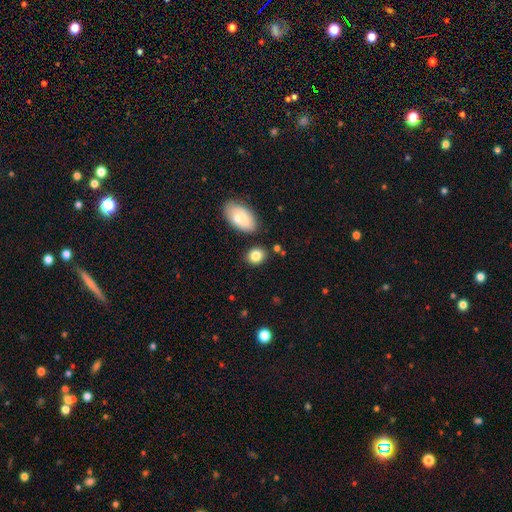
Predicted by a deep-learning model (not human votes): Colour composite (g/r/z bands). It shows a smooth galaxy with no disk features (84%) that is round (52%). Merging: none (78%).